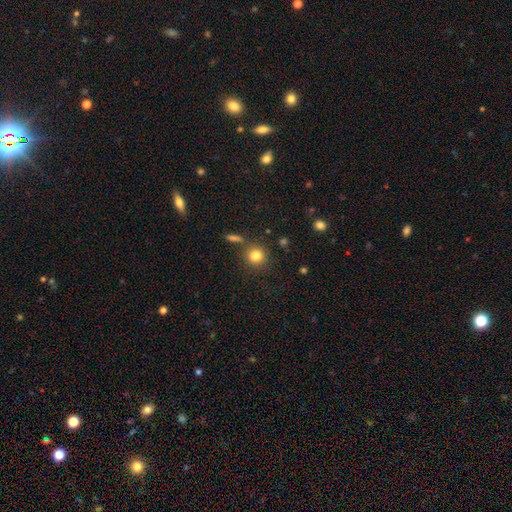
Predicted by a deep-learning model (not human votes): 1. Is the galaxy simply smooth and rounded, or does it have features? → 81% smooth, 12% star or artifact, 7% featured or disk.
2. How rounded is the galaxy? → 90% round, 9% in between, 1% cigar-shaped.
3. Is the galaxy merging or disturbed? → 80% none, 9% minor disturbance, 7% merger, 4% major disturbance.